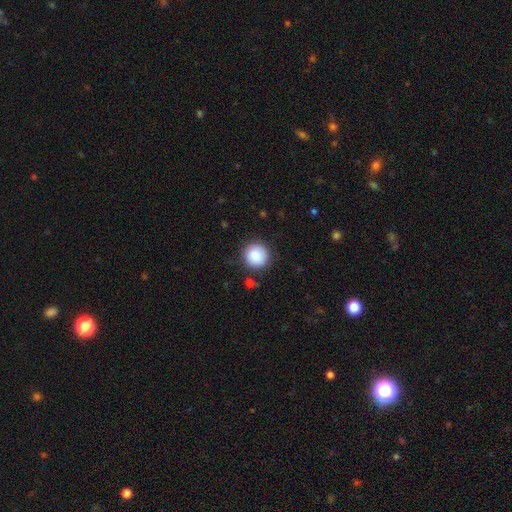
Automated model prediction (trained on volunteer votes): A smooth galaxy with no disk features (87%) that is round (95%). Merging: none (88%).